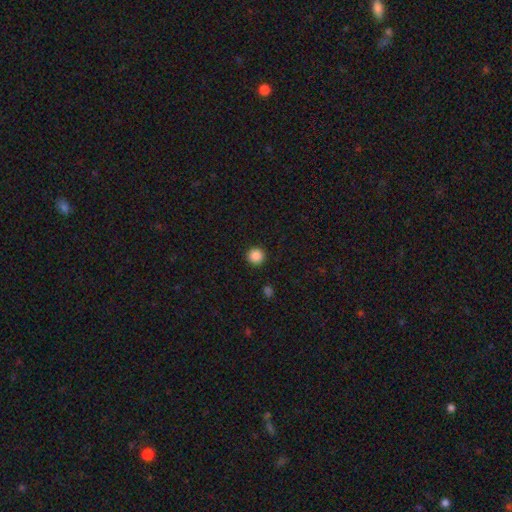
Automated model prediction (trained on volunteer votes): smooth-or-featured: smooth: 87% | star or artifact: 10% | featured or disk: 3%
  how-rounded: round: 96% | in between: 3% | cigar-shaped: 1%
  merging: none: 93% | minor disturbance: 4% | major disturbance: 2% | merger: 1%